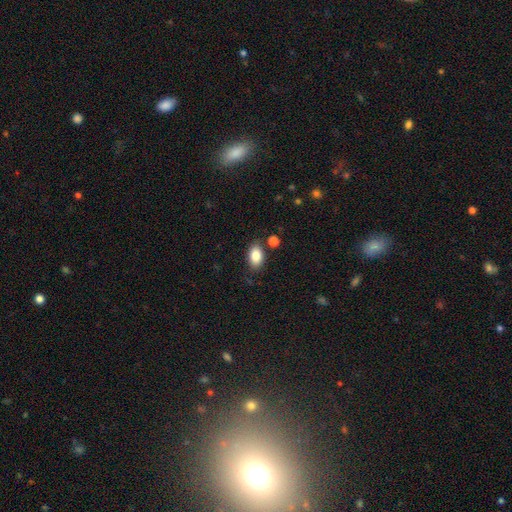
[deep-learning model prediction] Smooth or featured: smooth — 85% (star or artifact — 8%)
How rounded: in between — 90% (round — 9%)
Merging: none — 81% (minor disturbance — 12%)